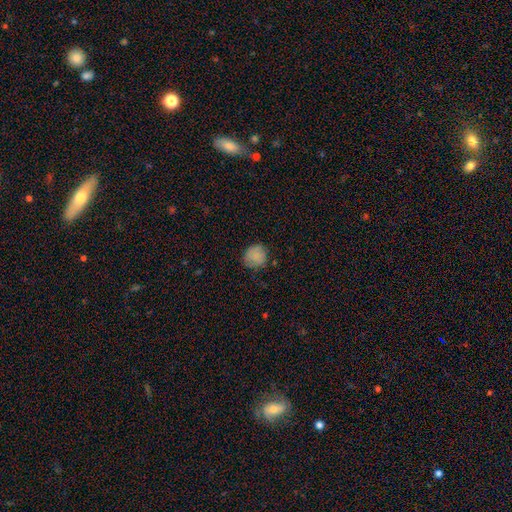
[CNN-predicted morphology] This is clearly a smooth galaxy (81%). How rounded: clearly round (82%). Merging: likely none (73%).